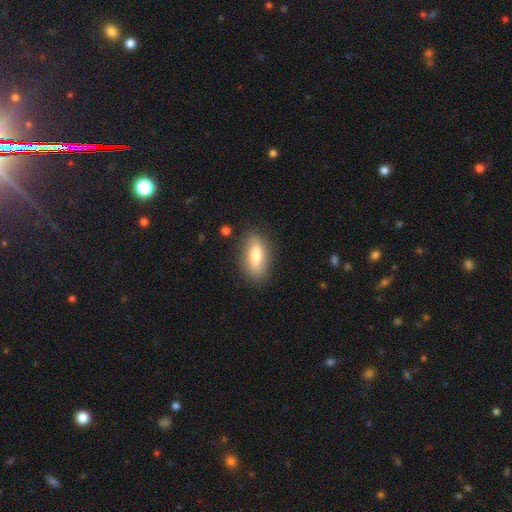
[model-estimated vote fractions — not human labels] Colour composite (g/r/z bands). It shows a smooth galaxy with no disk features (71%) that is in between round and cigar-shaped (79%). Merging: none (83%).